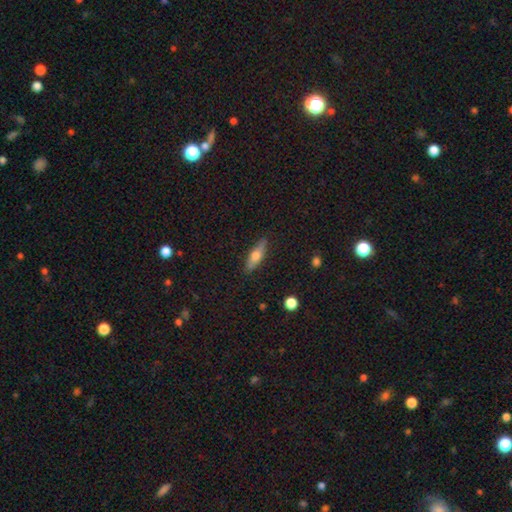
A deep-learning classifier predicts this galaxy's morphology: This appears to be a smooth galaxy with no disk features (56%) that is cigar-shaped (58%). Merging: none (86%).